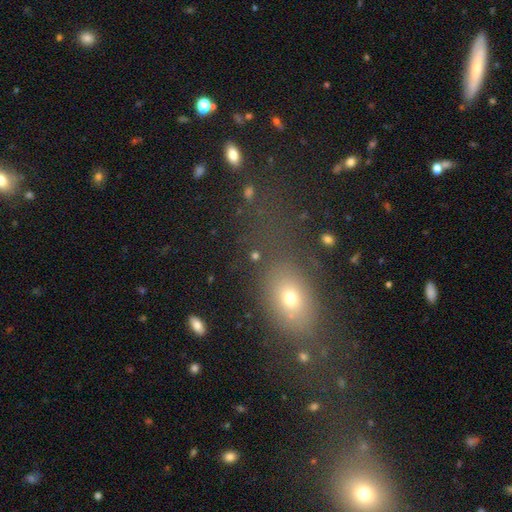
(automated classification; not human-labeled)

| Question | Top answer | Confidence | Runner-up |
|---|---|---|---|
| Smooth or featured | smooth | 61% | star or artifact (25%) |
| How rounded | in between | 58% | round (36%) |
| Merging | none | 65% | minor disturbance (14%) |